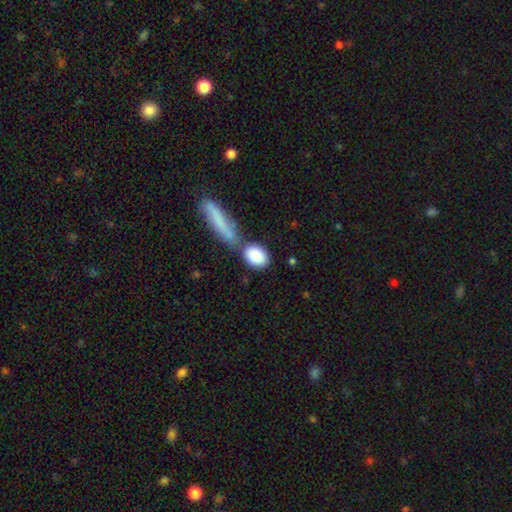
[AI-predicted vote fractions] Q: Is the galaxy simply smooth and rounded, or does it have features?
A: smooth — 86%.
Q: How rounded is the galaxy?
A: in between — 74%.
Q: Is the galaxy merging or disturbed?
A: none — 55%.